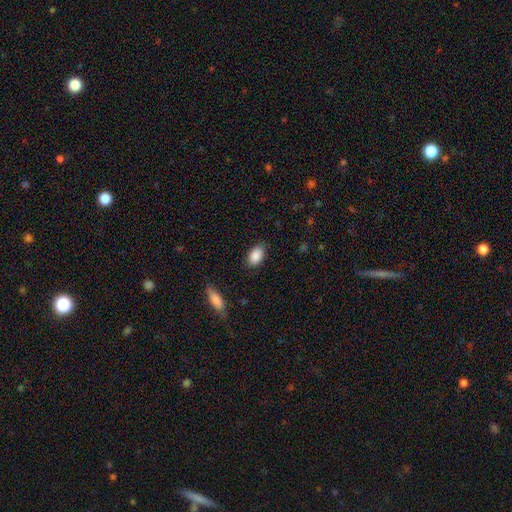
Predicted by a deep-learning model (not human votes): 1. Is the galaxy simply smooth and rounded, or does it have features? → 89% smooth, 7% star or artifact, 4% featured or disk.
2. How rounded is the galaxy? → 91% in between, 8% round, 2% cigar-shaped.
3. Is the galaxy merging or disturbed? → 84% none, 12% minor disturbance, 3% major disturbance, 1% merger.